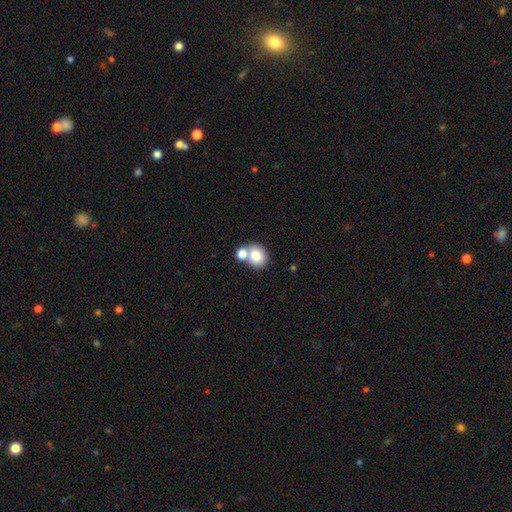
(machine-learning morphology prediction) This appears to be a smooth galaxy with no disk features (81%) that is round (61%). Merging: merger (45%).